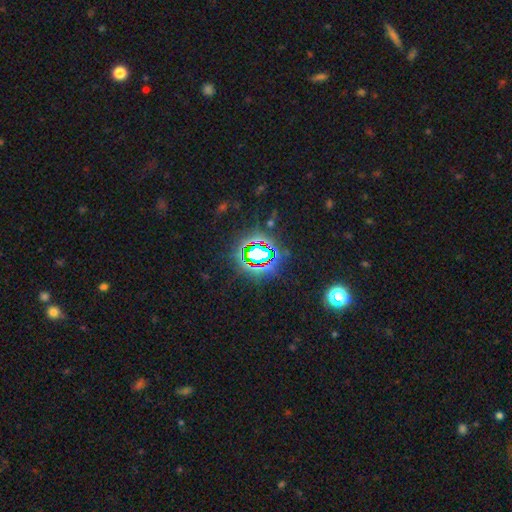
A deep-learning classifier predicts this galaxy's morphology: This appears to be a star or artifact, not a galaxy (77%).